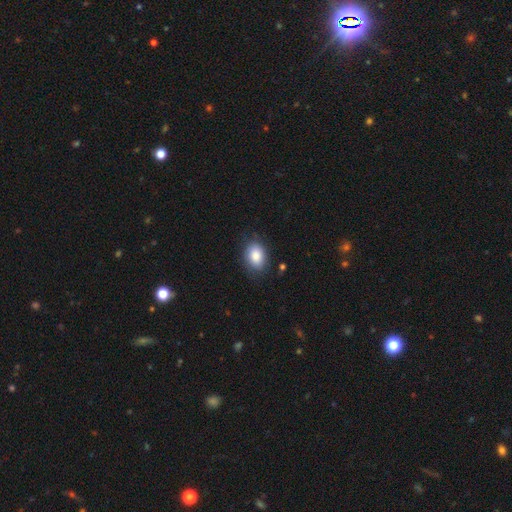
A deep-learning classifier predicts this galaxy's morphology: Smooth or featured: smooth — 84% (featured or disk — 8%)
How rounded: in between — 76% (round — 23%)
Merging: none — 79% (minor disturbance — 16%)